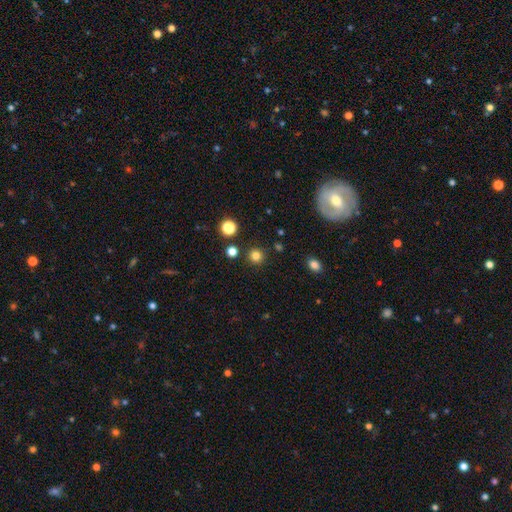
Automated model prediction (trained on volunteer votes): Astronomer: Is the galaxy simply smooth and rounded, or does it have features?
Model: smooth — 80%.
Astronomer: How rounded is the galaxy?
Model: round — 94%.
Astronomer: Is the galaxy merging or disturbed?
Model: none — 89%.